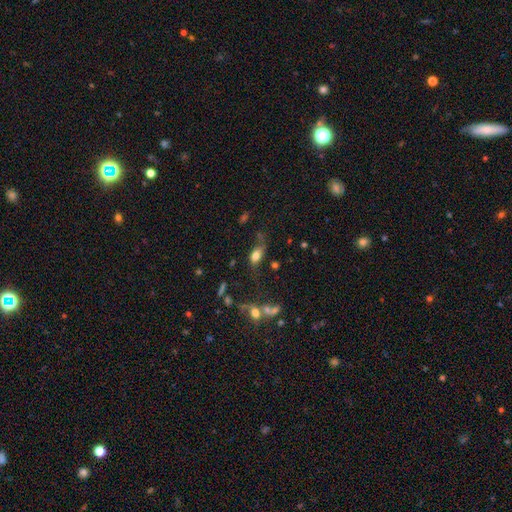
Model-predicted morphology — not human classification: A smooth galaxy with no disk features (68%) that is in between round and cigar-shaped (84%).

Vote fractions:
- Smooth or featured? smooth: 68% / featured or disk: 21% / star or artifact: 11%
- How rounded? in between: 84% / round: 10% / cigar-shaped: 6%
- Merging? none: 43% / minor disturbance: 26% / major disturbance: 23% / merger: 8%